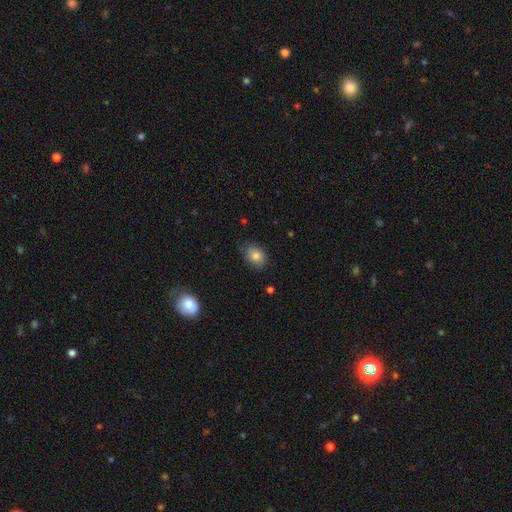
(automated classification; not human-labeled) The model was most divided on "how rounded": in between: 59%, round: 40%, cigar-shaped: 1%. More confident: smooth or featured — smooth (83%); merging — none (73%).